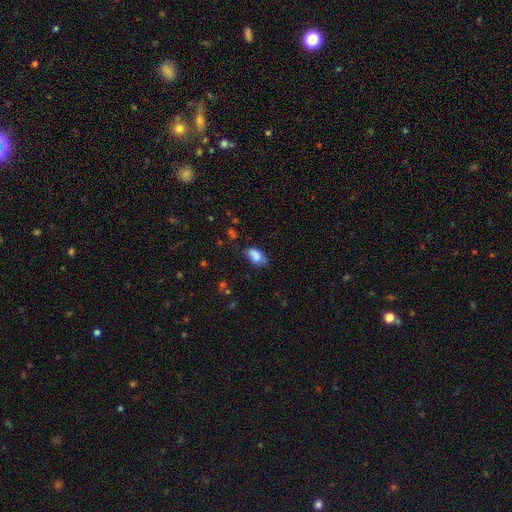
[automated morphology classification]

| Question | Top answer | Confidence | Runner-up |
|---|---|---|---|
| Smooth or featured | smooth | 75% | featured or disk (15%) |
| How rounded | in between | 88% | round (9%) |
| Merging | none | 48% | minor disturbance (33%) |